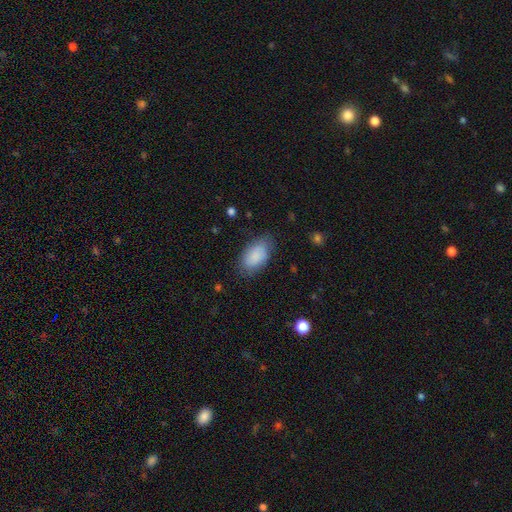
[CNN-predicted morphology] Smooth or featured?
  - smooth: 87% *
  - featured or disk: 7%
  - star or artifact: 7%
How rounded?
  - in between: 93% *
  - round: 4%
  - cigar-shaped: 2%
Merging?
  - none: 75% *
  - minor disturbance: 19%
  - major disturbance: 5%
  - merger: 1%